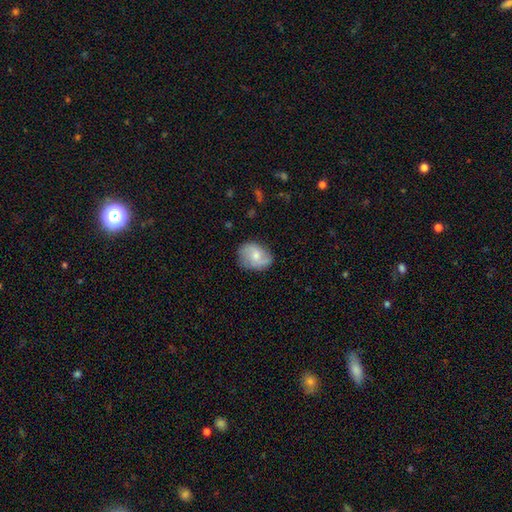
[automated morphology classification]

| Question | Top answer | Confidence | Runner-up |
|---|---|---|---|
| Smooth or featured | featured or disk | 52% | smooth (41%) |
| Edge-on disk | no | 97% | yes (3%) |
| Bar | no | 59% | weak (36%) |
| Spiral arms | yes | 88% | no (12%) |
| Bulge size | moderate | 51% | small (41%) |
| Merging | none | 75% | minor disturbance (18%) |